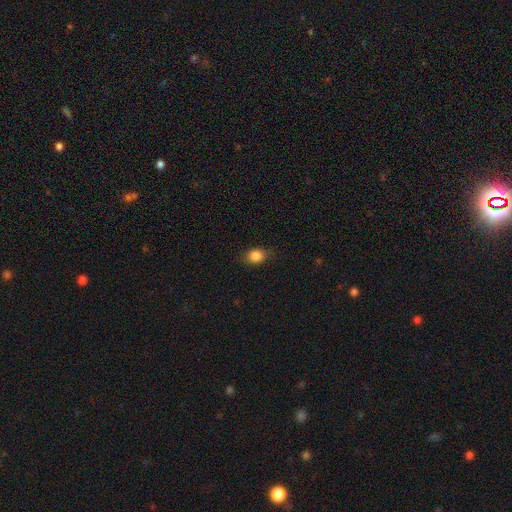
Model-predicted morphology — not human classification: Smooth or featured? Predicted: smooth (p=0.85). How rounded? Predicted: in between (p=0.59). Merging? Predicted: none (p=0.80).